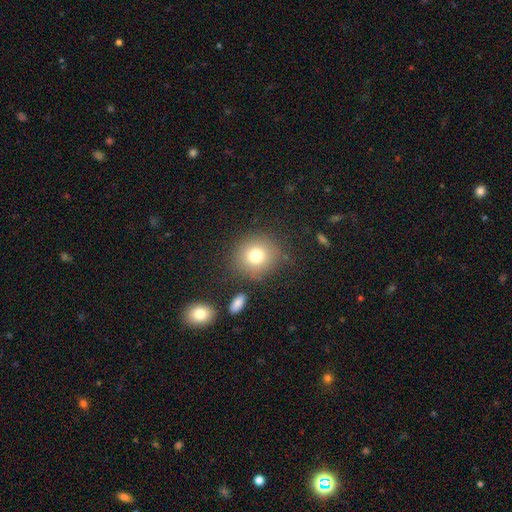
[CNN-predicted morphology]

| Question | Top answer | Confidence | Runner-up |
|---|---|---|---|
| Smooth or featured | smooth | 77% | star or artifact (12%) |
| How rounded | round | 86% | in between (13%) |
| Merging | none | 80% | minor disturbance (11%) |